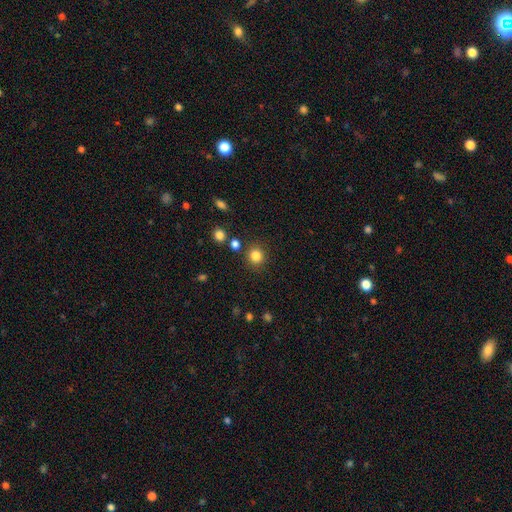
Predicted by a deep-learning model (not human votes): Smooth or featured? smooth (84%)
How rounded? round (90%)
Merging? none (86%)